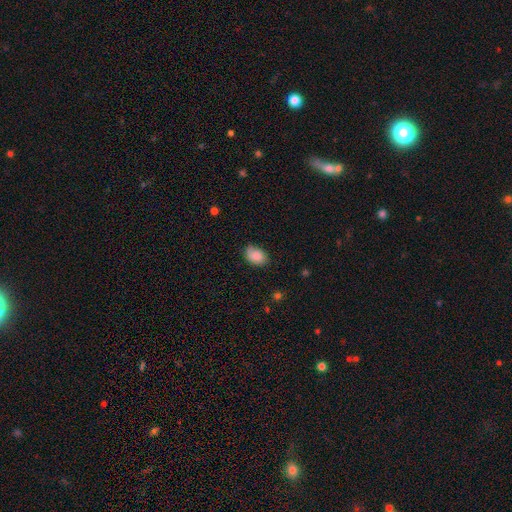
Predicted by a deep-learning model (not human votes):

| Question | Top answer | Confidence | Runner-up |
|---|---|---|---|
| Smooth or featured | smooth | 84% | featured or disk (9%) |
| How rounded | in between | 83% | round (16%) |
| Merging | none | 74% | minor disturbance (21%) |